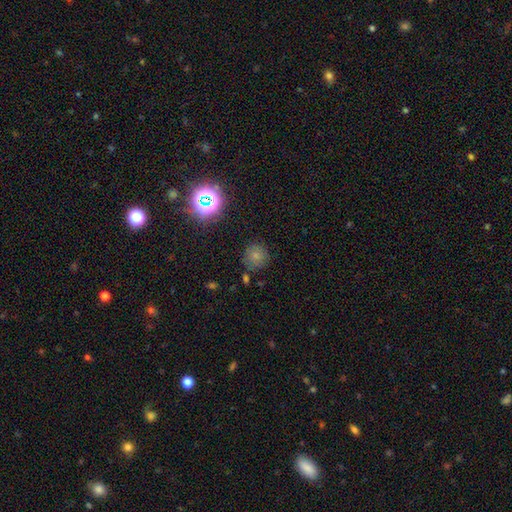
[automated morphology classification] type=smooth (72%); roundness=round (91%); merging=none (78%).